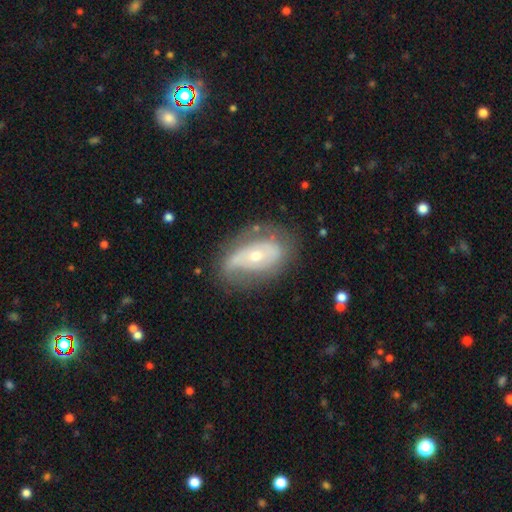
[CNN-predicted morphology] Smooth or featured? featured or disk (64%)
Edge-on disk? no (91%)
Bar? no (71%)
Spiral arms? yes (57%)
Bulge size? small (55%)
Merging? none (55%)